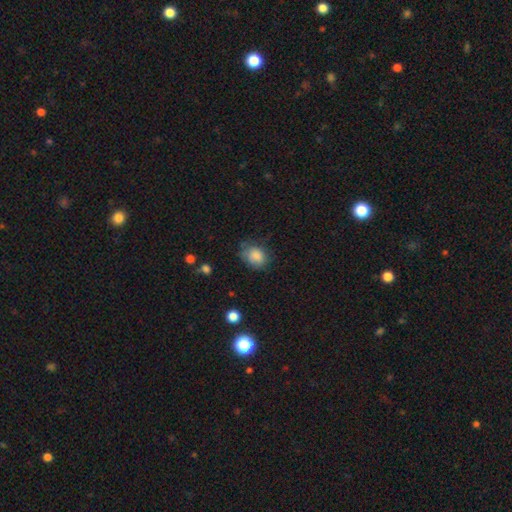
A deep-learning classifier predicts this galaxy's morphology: Smooth or featured?
  - smooth: 84% *
  - star or artifact: 9%
  - featured or disk: 8%
How rounded?
  - in between: 55% *
  - round: 44%
  - cigar-shaped: 1%
Merging?
  - none: 60% *
  - minor disturbance: 29%
  - major disturbance: 9%
  - merger: 2%